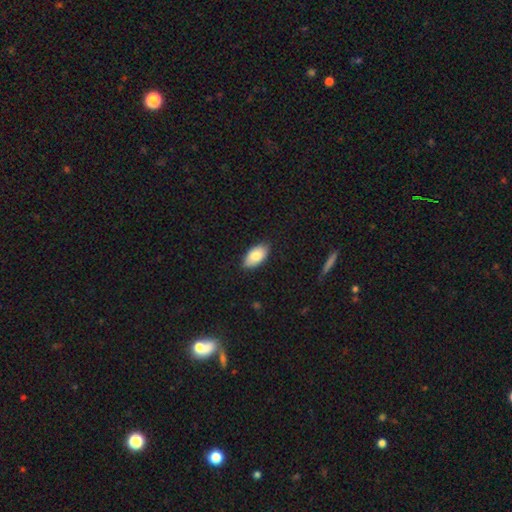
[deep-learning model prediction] This is clearly a smooth galaxy (83%). How rounded: clearly in between (94%). Merging: clearly none (85%).